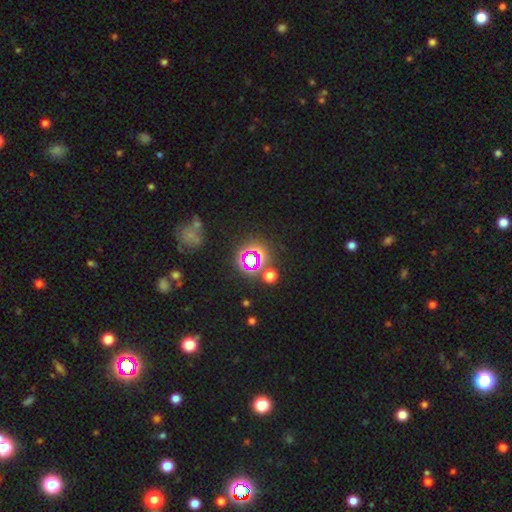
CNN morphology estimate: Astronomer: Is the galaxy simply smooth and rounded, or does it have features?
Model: star or artifact — 65%.